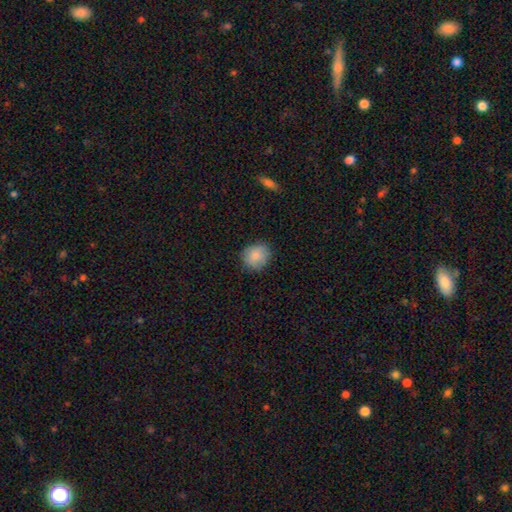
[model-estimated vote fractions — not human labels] Smooth or featured?
  - smooth: 82% *
  - featured or disk: 9%
  - star or artifact: 8%
How rounded?
  - round: 79% *
  - in between: 20%
  - cigar-shaped: 1%
Merging?
  - none: 81% *
  - minor disturbance: 15%
  - major disturbance: 3%
  - merger: 1%